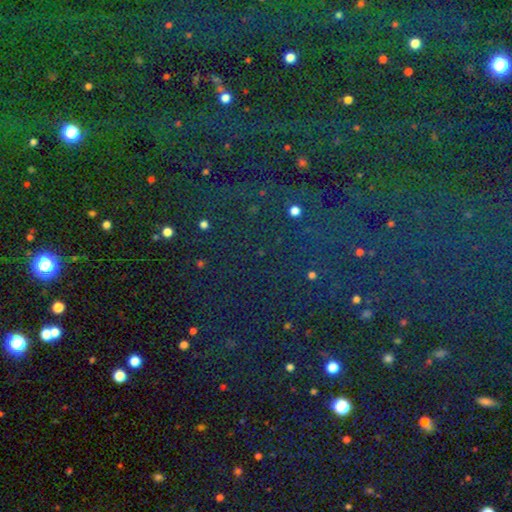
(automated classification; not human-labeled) A star or artifact, not a galaxy (80%).